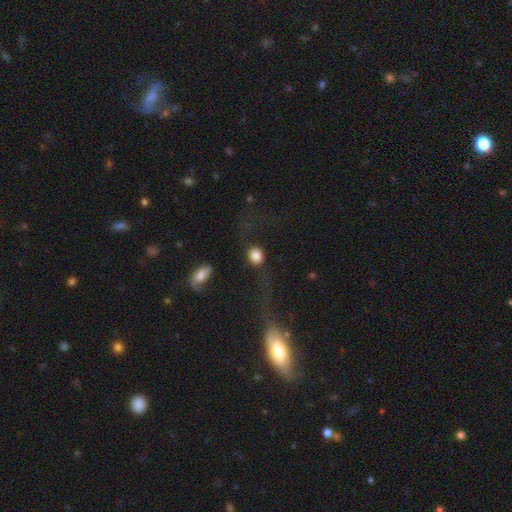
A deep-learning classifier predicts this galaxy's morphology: Smooth or featured: smooth — 81% (featured or disk — 11%)
How rounded: round — 58% (in between — 39%)
Merging: none — 58% (major disturbance — 20%)